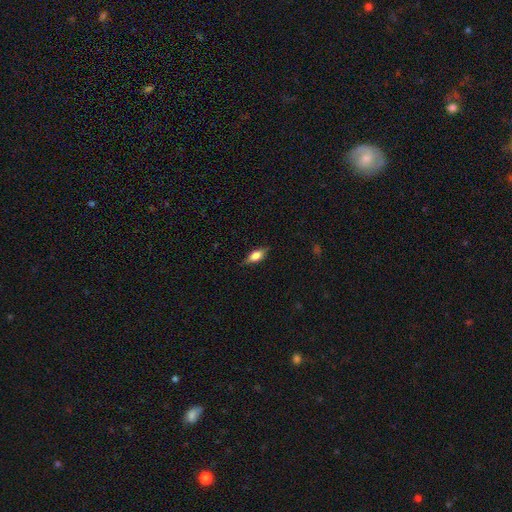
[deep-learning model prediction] Morphology: type=smooth (62%); roundness=in between (75%); merging=none (80%).